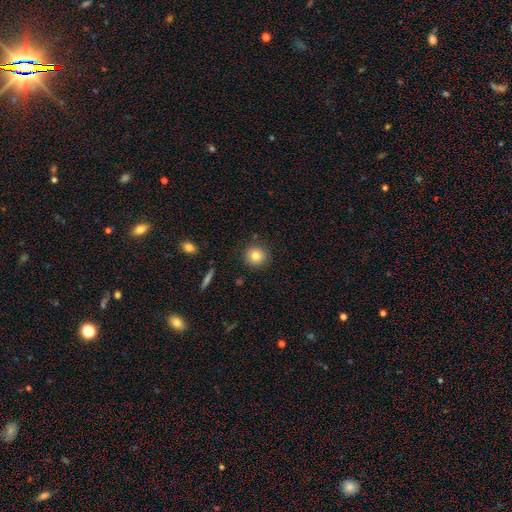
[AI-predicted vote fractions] smooth 81%, star or artifact 10%, featured or disk 9%. Down the decision tree: how rounded — round (92%); merging — none (89%).